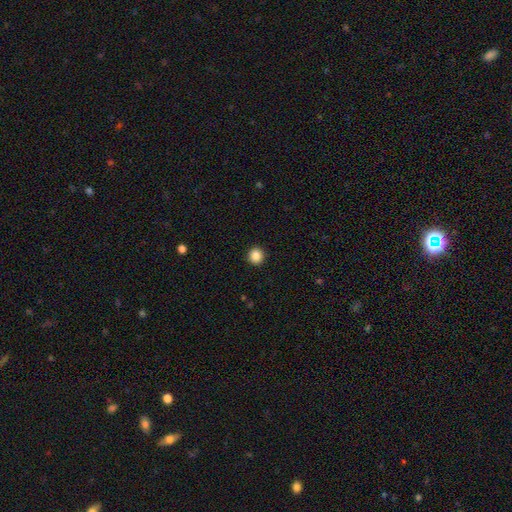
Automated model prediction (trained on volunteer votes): Smooth or featured: smooth — 86% (star or artifact — 10%)
How rounded: round — 93% (in between — 6%)
Merging: none — 93% (minor disturbance — 4%)